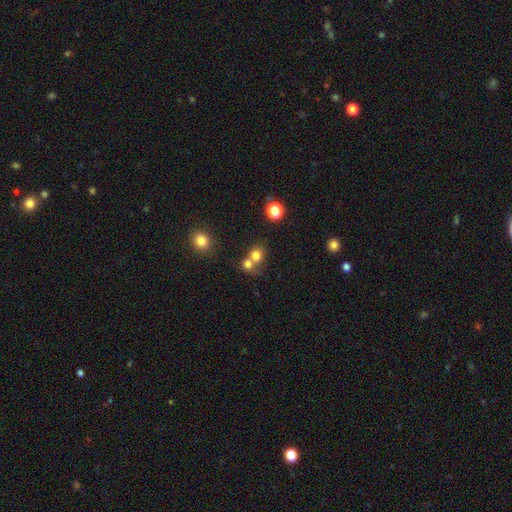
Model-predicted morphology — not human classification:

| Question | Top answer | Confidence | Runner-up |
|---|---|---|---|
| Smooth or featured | smooth | 76% | star or artifact (13%) |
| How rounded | round | 76% | in between (23%) |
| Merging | merger | 51% | none (39%) |